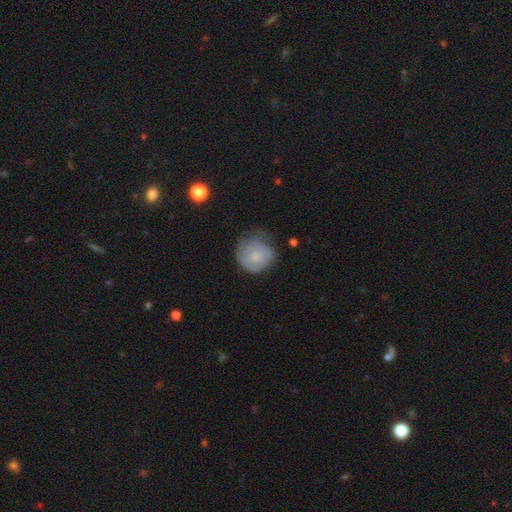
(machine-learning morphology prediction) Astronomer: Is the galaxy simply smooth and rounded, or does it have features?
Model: smooth — 62%.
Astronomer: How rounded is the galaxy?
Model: round — 85%.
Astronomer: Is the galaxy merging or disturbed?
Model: none — 46% (runner-up: minor disturbance, 36%).